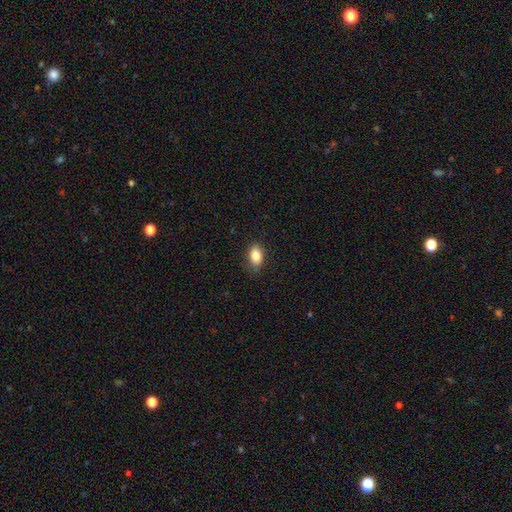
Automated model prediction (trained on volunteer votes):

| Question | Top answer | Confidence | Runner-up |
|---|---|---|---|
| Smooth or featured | smooth | 85% | star or artifact (8%) |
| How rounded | in between | 87% | round (10%) |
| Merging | none | 83% | minor disturbance (13%) |